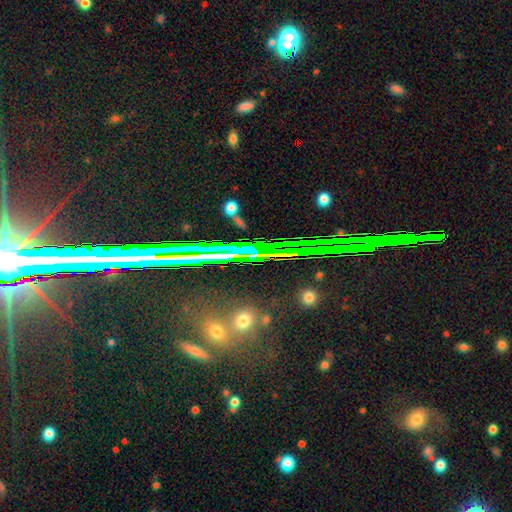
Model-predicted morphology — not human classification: smooth_or_featured: star or artifact (p=0.78) [alt: featured or disk p=0.13]